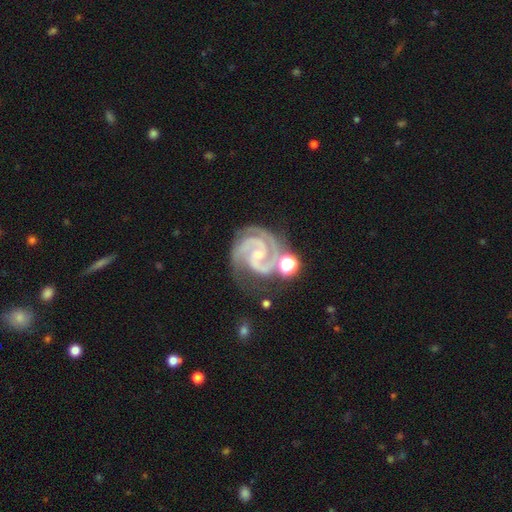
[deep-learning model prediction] Morphology: type=featured or disk (91%); edge-on=no (98%); bar=no (48%); spiral arms=yes (99%); winding=tight (62%); arm count=2 (63%); bulge=small (72%); merging=none (59%).